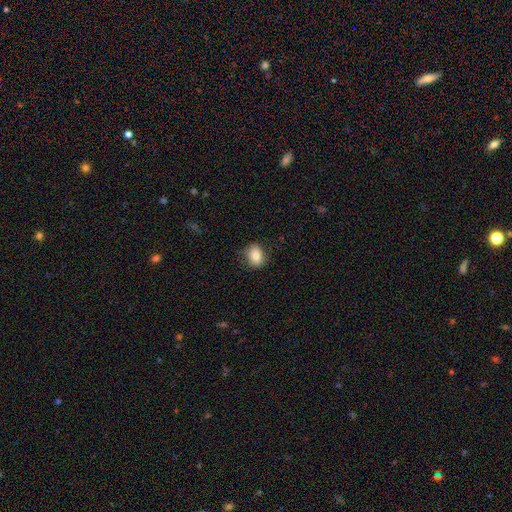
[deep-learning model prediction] Smooth or featured?
  - smooth: 80% *
  - featured or disk: 11%
  - star or artifact: 9%
How rounded?
  - in between: 59% *
  - round: 40%
  - cigar-shaped: 1%
Merging?
  - none: 82% *
  - minor disturbance: 14%
  - major disturbance: 3%
  - merger: 1%